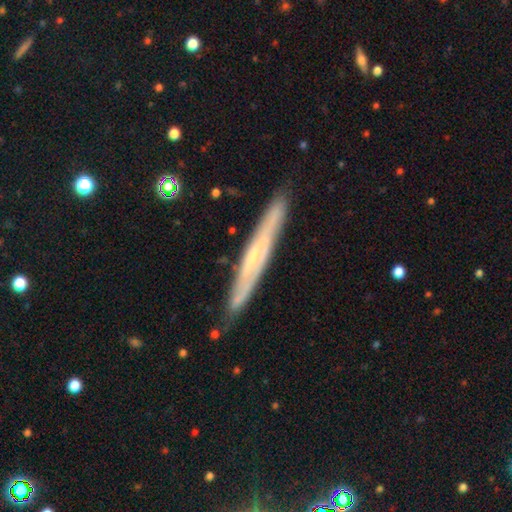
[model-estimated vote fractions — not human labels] Smooth or featured?
  - featured or disk: 63% *
  - smooth: 31%
  - star or artifact: 6%
Edge-on disk?
  - yes: 86% *
  - no: 14%
Edge-on bulge?
  - none: 65% *
  - rounded: 29%
  - boxy: 5%
Merging?
  - none: 85% *
  - minor disturbance: 12%
  - major disturbance: 2%
  - merger: 2%